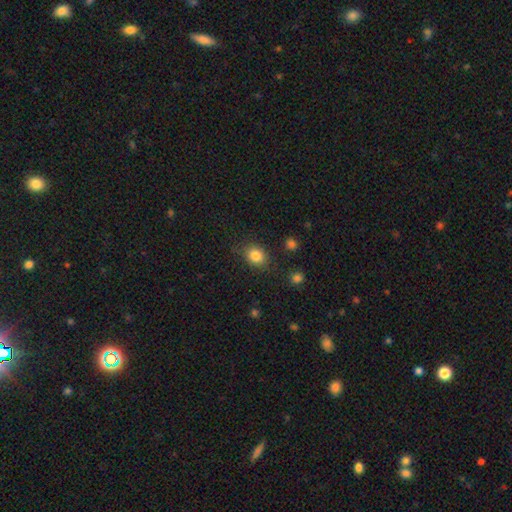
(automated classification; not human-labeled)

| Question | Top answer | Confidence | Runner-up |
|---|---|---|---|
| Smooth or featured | smooth | 84% | star or artifact (10%) |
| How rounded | round | 56% | in between (44%) |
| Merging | none | 81% | minor disturbance (13%) |